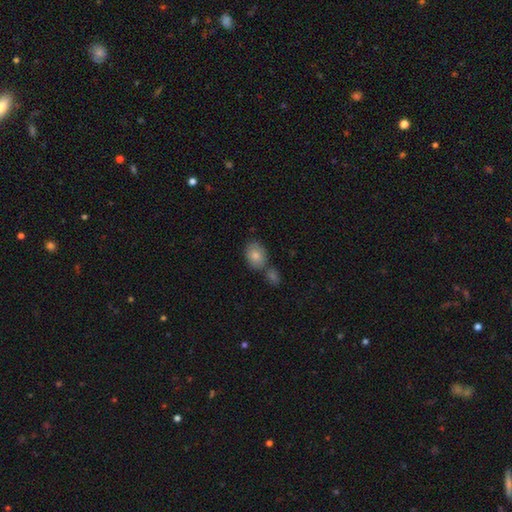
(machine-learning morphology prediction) smooth 83%, featured or disk 10%, star or artifact 8%. Down the decision tree: how rounded — in between (72%); merging — none (55%).